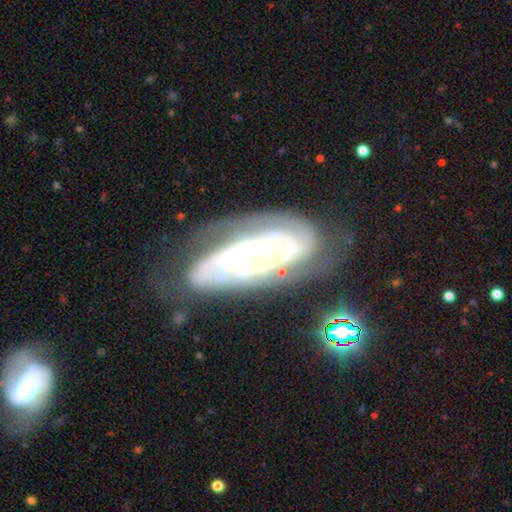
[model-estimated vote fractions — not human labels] Smooth or featured?
  - featured or disk: 85% *
  - smooth: 9%
  - star or artifact: 6%
Edge-on disk?
  - no: 92% *
  - yes: 8%
Bar?
  - no: 65% *
  - weak: 24%
  - strong: 11%
Spiral arms?
  - yes: 94% *
  - no: 6%
Spiral winding?
  - tight: 70% *
  - medium: 25%
  - loose: 6%
Spiral arm count?
  - 2: 34% * (tied)
  - can't tell: 34% * (tied)
  - 3: 17%
  - 4: 6%
  - 1: 5%
  - more than 4: 4%
Bulge size?
  - moderate: 57% *
  - small: 22%
  - large: 17%
  - none: 3%
  - dominant: 2%
Merging?
  - none: 64% *
  - minor disturbance: 22%
  - major disturbance: 11%
  - merger: 2%